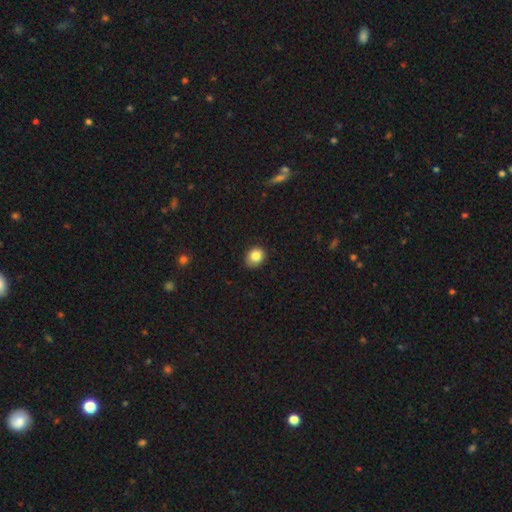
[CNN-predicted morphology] Q: Smooth or featured?
A: smooth (84%); runner-up: star or artifact (10%)
Q: How rounded?
A: round (69%); runner-up: in between (31%)
Q: Merging?
A: none (82%); runner-up: minor disturbance (14%)